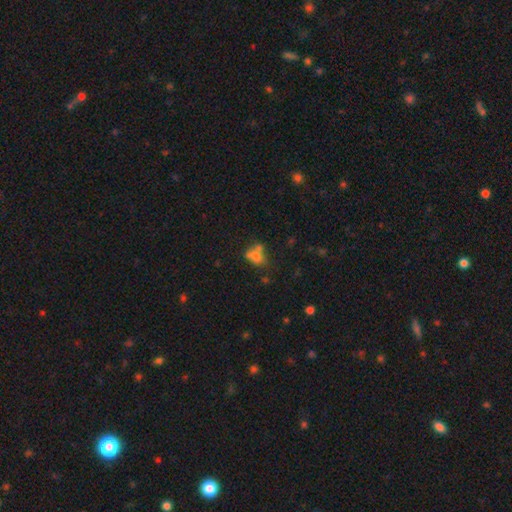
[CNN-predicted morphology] A smooth galaxy with no disk features (67%) that is in between round and cigar-shaped (59%). Merging: none (37%).